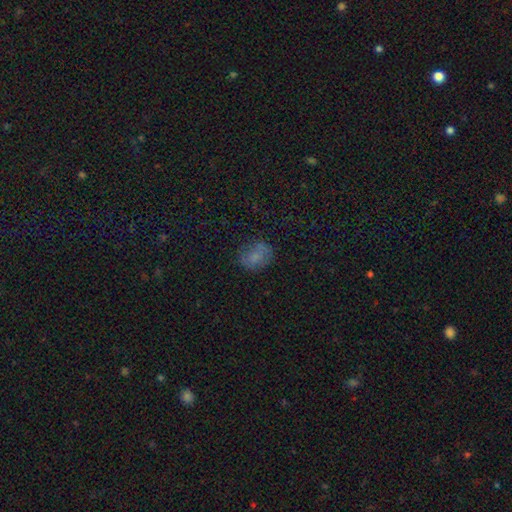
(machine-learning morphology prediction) Smooth or featured? Predicted: smooth (p=0.69). How rounded? Predicted: in between (p=0.55). Merging? Predicted: none (p=0.66).